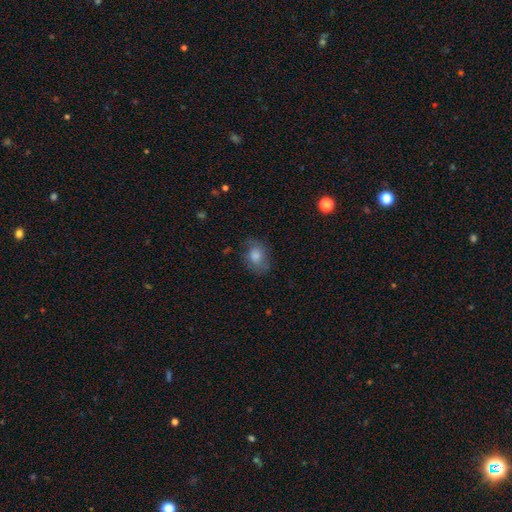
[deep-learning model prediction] smooth 74%, featured or disk 17%, star or artifact 9%. Down the decision tree: how rounded — in between (70%); merging — none (66%).